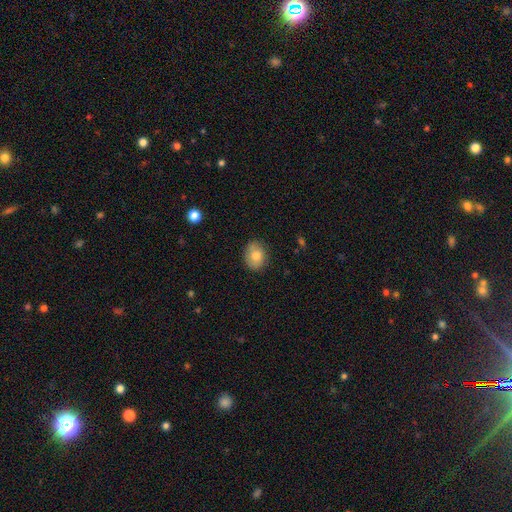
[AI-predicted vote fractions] A smooth galaxy with no disk features (77%) that is in between round and cigar-shaped (55%).

Vote fractions:
- Smooth or featured? smooth: 77% / featured or disk: 15% / star or artifact: 8%
- How rounded? in between: 55% / round: 44% / cigar-shaped: 1%
- Merging? none: 79% / minor disturbance: 16% / major disturbance: 3% / merger: 1%